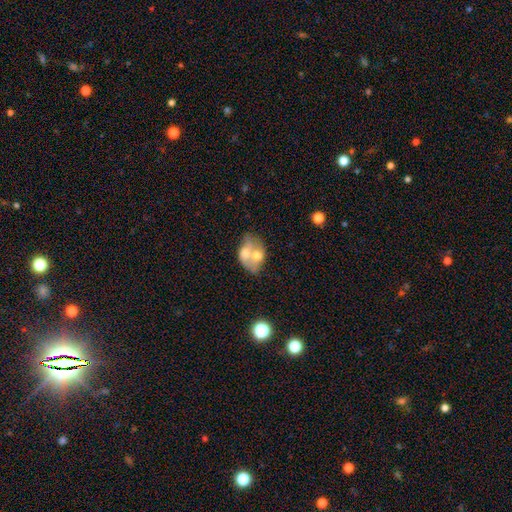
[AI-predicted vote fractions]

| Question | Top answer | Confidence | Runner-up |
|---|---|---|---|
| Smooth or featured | smooth | 54% | featured or disk (37%) |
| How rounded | in between | 72% | round (26%) |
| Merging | merger | 69% | none (16%) |